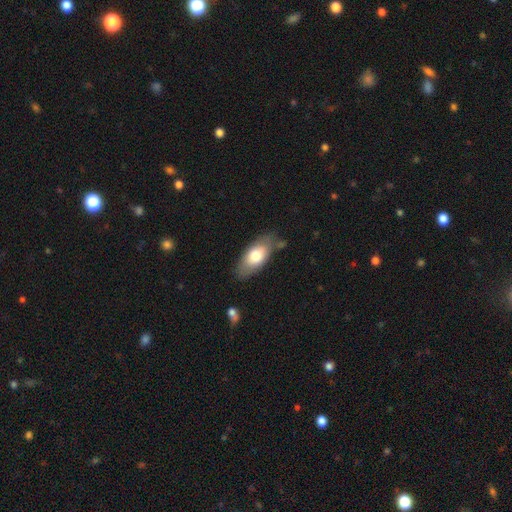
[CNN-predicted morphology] smooth_or_featured: smooth (p=0.72) [alt: featured or disk p=0.22]
how_rounded: in between (p=0.88) [alt: cigar-shaped p=0.10]
merging: none (p=0.73) [alt: minor disturbance p=0.18]